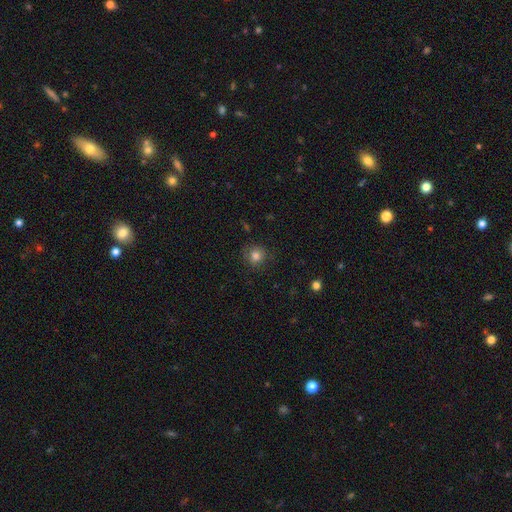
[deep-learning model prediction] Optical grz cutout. It shows a smooth galaxy with no disk features (82%) that is round (89%). Merging: none (80%).